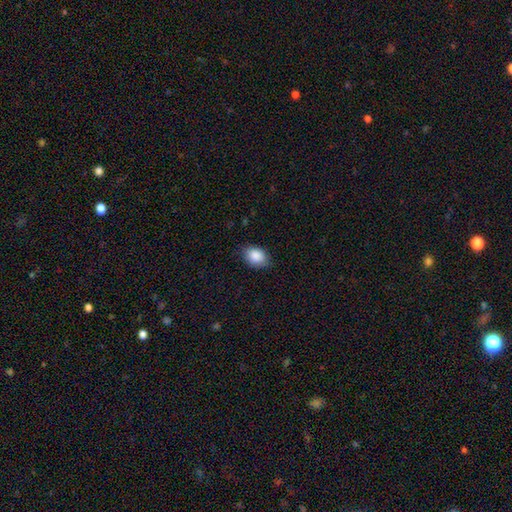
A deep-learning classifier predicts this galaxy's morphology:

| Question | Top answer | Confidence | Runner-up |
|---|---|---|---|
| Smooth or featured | smooth | 88% | star or artifact (7%) |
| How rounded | in between | 77% | round (22%) |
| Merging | none | 82% | minor disturbance (14%) |